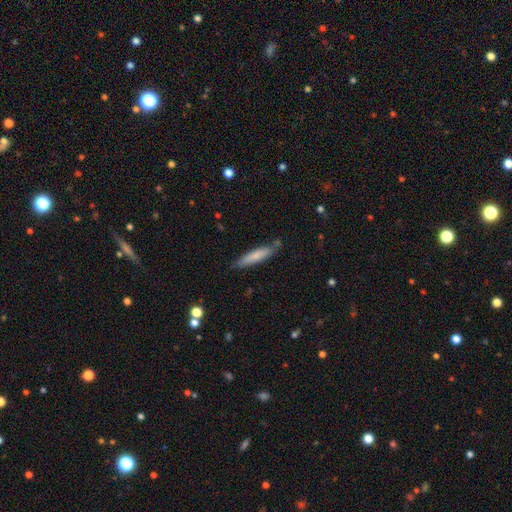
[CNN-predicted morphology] smooth 75%, featured or disk 19%, star or artifact 6%. Down the decision tree: how rounded — cigar-shaped (86%); merging — none (79%).